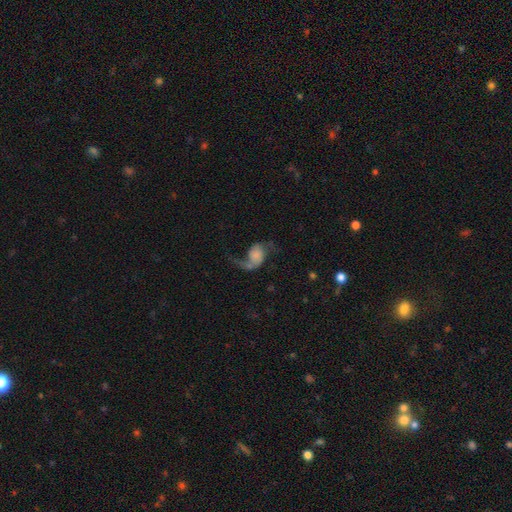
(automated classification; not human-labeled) Smooth or featured? featured or disk (73%)
Edge-on disk? no (98%)
Bar? no (71%)
Spiral arms? yes (93%)
Spiral winding? loose (80%)
Spiral arm count? 2 (72%)
Bulge size? none (43%)
Merging? none (48%)